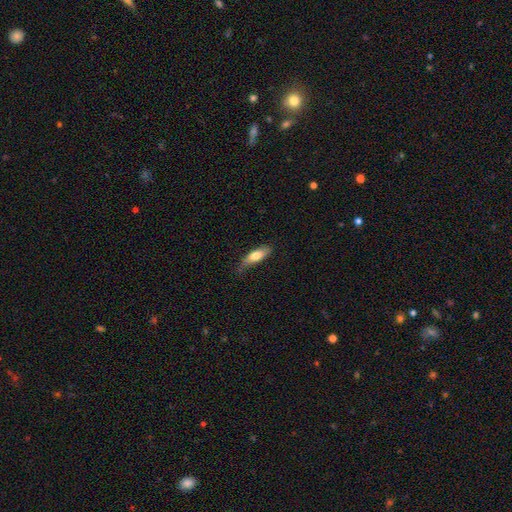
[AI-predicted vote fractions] Q: Smooth or featured?
A: smooth (75%); runner-up: featured or disk (19%)
Q: How rounded?
A: in between (60%); runner-up: cigar-shaped (37%)
Q: Merging?
A: none (61%); runner-up: minor disturbance (30%)